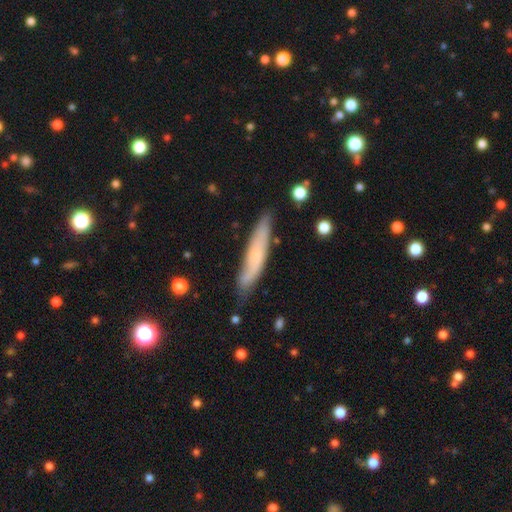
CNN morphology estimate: A smooth galaxy with no disk features (52%) that is cigar-shaped (86%).

Vote fractions:
- Smooth or featured? smooth: 52% / featured or disk: 42% / star or artifact: 7%
- How rounded? cigar-shaped: 86% / in between: 13% / round: 2%
- Merging? none: 76% / minor disturbance: 18% / major disturbance: 3% / merger: 2%